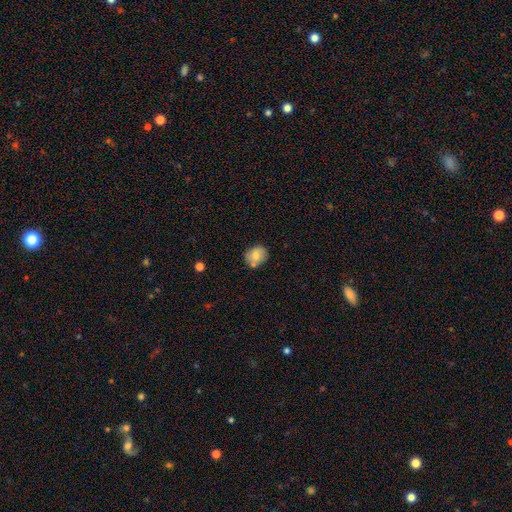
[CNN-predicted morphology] Smooth or featured? Predicted: smooth (p=0.74). How rounded? Predicted: round (p=0.57). Merging? Predicted: none (p=0.69).